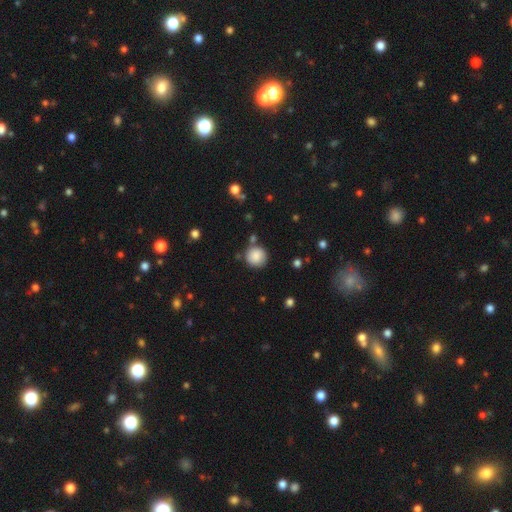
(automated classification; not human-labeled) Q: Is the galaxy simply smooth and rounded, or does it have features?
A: smooth — 87%.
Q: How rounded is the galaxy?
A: round — 93%.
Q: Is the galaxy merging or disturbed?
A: none — 78%.